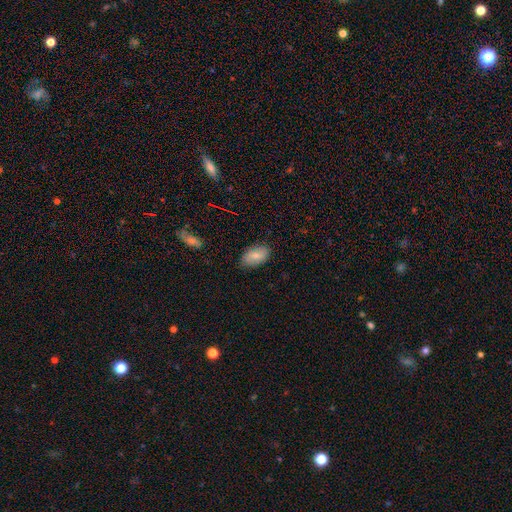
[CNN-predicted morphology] type=smooth (75%); roundness=in between (93%); merging=none (80%).